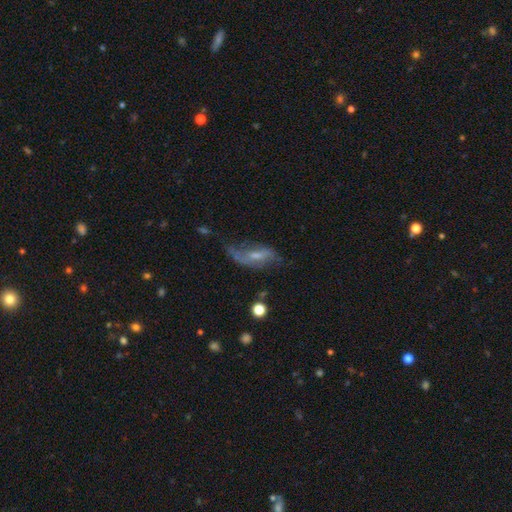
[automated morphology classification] smooth_or_featured: featured or disk (p=0.68) [alt: smooth p=0.23]
disk_edge_on: no (p=0.87) [alt: yes p=0.13]
bar: weak (p=0.45) [alt: no p=0.36]
has_spiral_arms: yes (p=0.78) [alt: no p=0.22]
bulge_size: small (p=0.48) [alt: moderate p=0.36]
merging: none (p=0.44) [alt: minor disturbance p=0.26]